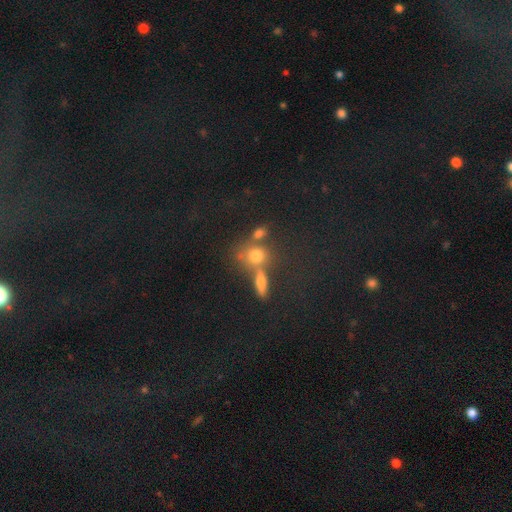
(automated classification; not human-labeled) smooth-or-featured: smooth: 70% | star or artifact: 16% | featured or disk: 15%
  how-rounded: round: 67% | in between: 29% | cigar-shaped: 4%
  merging: none: 52% | merger: 32% | minor disturbance: 11% | major disturbance: 6%